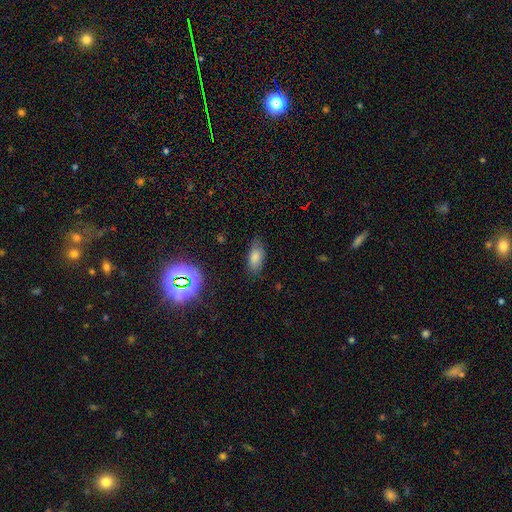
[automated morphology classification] smooth 75%, star or artifact 15%, featured or disk 10%. Down the decision tree: how rounded — in between (88%); merging — none (80%).